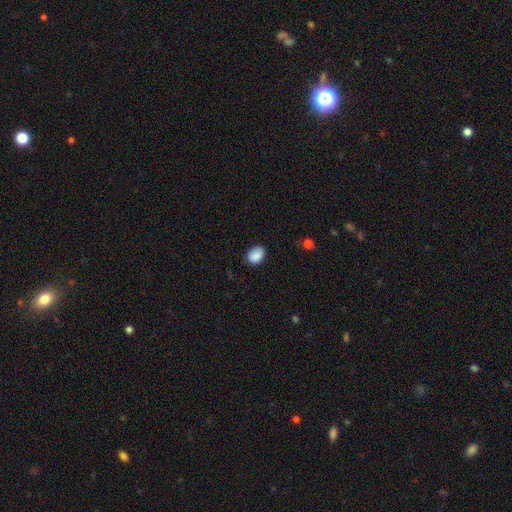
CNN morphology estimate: smooth-or-featured: smooth: 88% | star or artifact: 8% | featured or disk: 5%
  how-rounded: in between: 69% | round: 30% | cigar-shaped: 1%
  merging: none: 79% | minor disturbance: 17% | major disturbance: 3% | merger: 1%